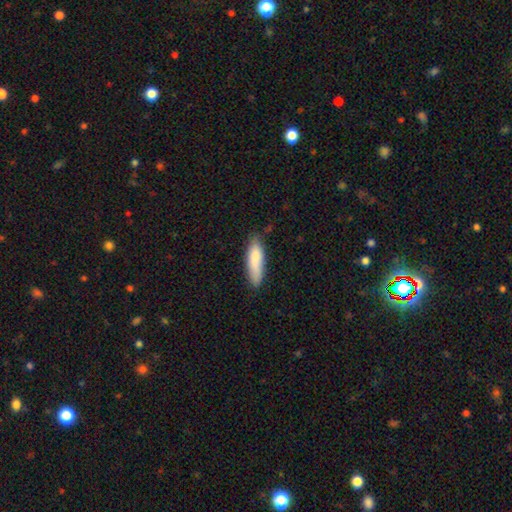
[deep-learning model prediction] Q: Smooth or featured?
A: smooth (81%); runner-up: featured or disk (13%)
Q: How rounded?
A: cigar-shaped (61%); runner-up: in between (37%)
Q: Merging?
A: none (75%); runner-up: minor disturbance (20%)